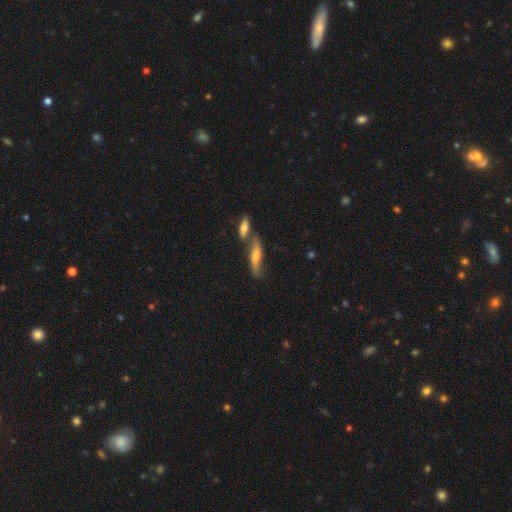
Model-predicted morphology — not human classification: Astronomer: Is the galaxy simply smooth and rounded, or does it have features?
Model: featured or disk — 49% (runner-up: smooth, 43%).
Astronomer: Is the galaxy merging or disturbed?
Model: none — 48% (runner-up: merger, 32%).